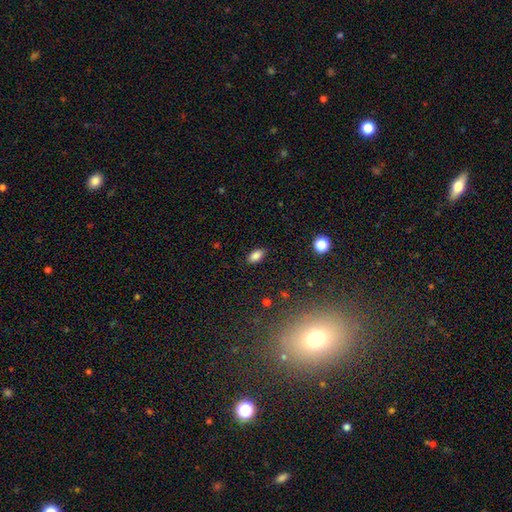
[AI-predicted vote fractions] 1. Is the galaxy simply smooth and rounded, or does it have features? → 84% smooth, 10% star or artifact, 6% featured or disk.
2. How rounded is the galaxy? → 91% in between, 5% round, 4% cigar-shaped.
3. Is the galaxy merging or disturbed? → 86% none, 10% minor disturbance, 2% major disturbance, 1% merger.